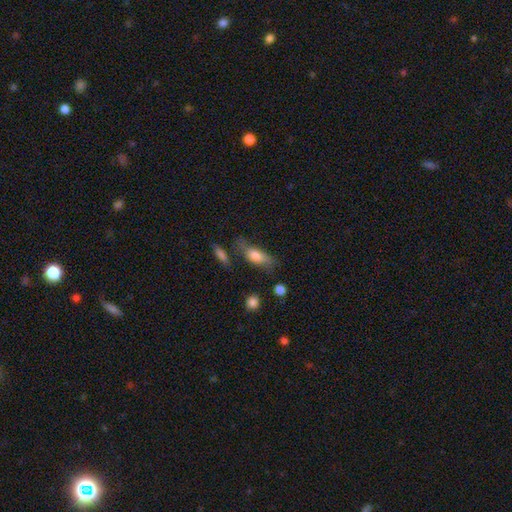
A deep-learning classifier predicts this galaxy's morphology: Smooth or featured? smooth (74%)
How rounded? in between (72%)
Merging? none (49%)